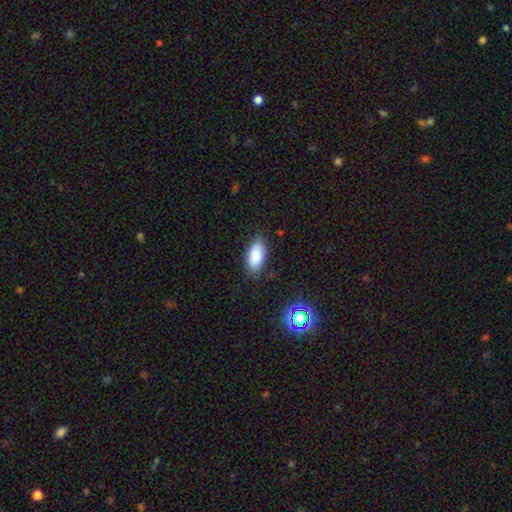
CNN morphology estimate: Smooth or featured?
  - smooth: 86% *
  - star or artifact: 8%
  - featured or disk: 6%
How rounded?
  - in between: 92% *
  - cigar-shaped: 5%
  - round: 3%
Merging?
  - none: 81% *
  - minor disturbance: 14%
  - major disturbance: 3%
  - merger: 1%